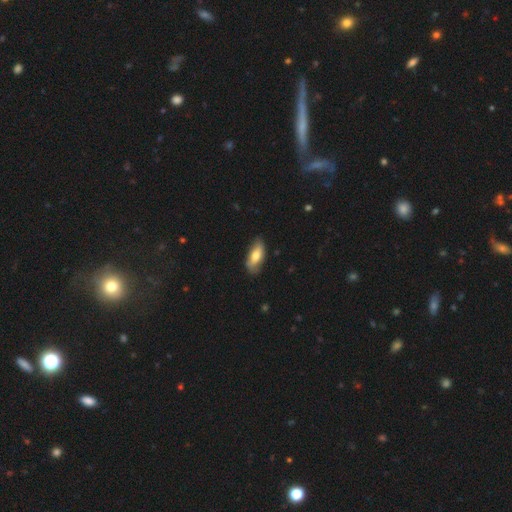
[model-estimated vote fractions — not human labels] Q: Smooth or featured?
A: smooth (71%); runner-up: featured or disk (23%)
Q: How rounded?
A: in between (81%); runner-up: cigar-shaped (16%)
Q: Merging?
A: none (71%); runner-up: minor disturbance (23%)